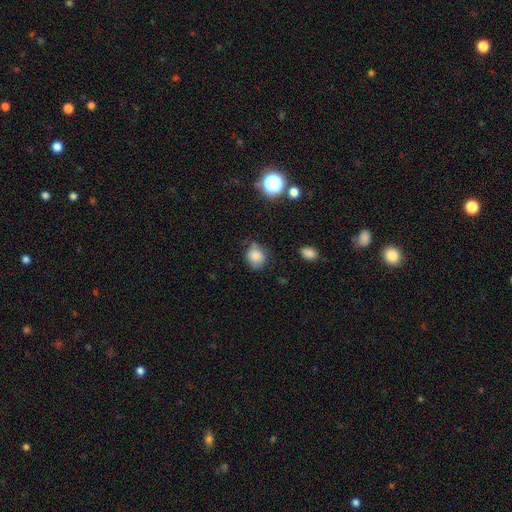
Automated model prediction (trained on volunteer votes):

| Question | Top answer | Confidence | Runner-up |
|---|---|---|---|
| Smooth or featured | smooth | 83% | star or artifact (11%) |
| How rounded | round | 70% | in between (29%) |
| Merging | none | 62% | minor disturbance (28%) |